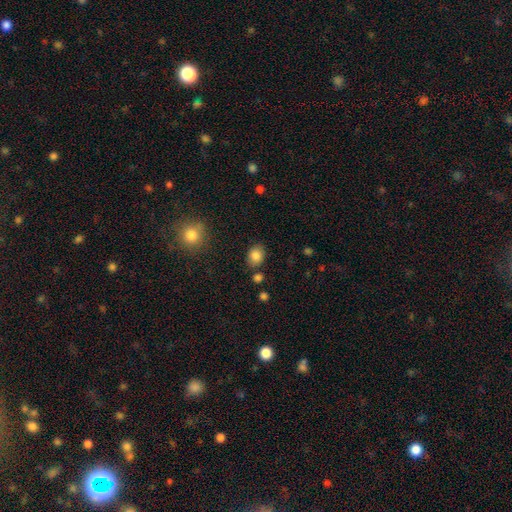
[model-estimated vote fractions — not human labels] Smooth or featured?
  - smooth: 84% *
  - star or artifact: 10%
  - featured or disk: 6%
How rounded?
  - in between: 56% *
  - round: 43%
  - cigar-shaped: 1%
Merging?
  - none: 80% *
  - minor disturbance: 12%
  - merger: 5%
  - major disturbance: 3%